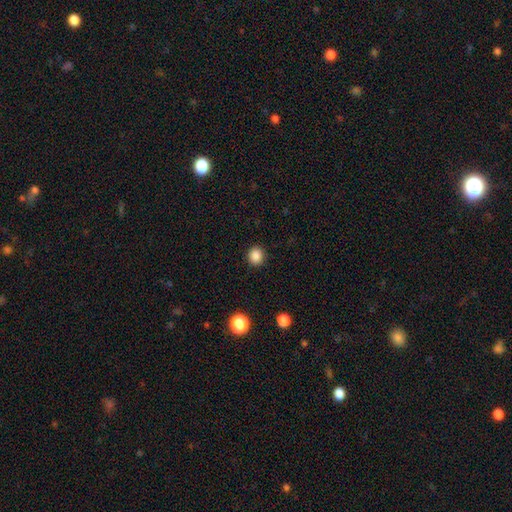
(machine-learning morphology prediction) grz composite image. It shows a smooth galaxy with no disk features (86%) that is round (79%). Merging: none (91%).